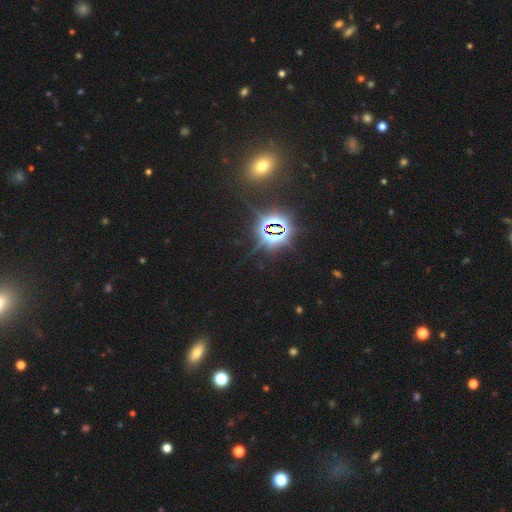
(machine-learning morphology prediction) smooth_or_featured: star or artifact (p=0.64) [alt: smooth p=0.27]